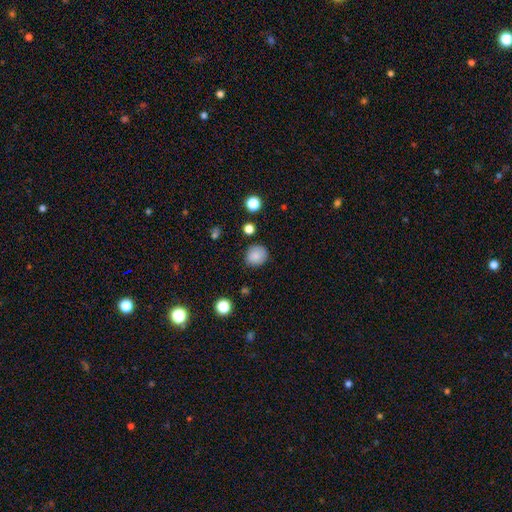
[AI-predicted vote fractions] smooth_or_featured: smooth (p=0.84) [alt: star or artifact p=0.10]
how_rounded: round (p=0.80) [alt: in between p=0.19]
merging: none (p=0.83) [alt: minor disturbance p=0.12]